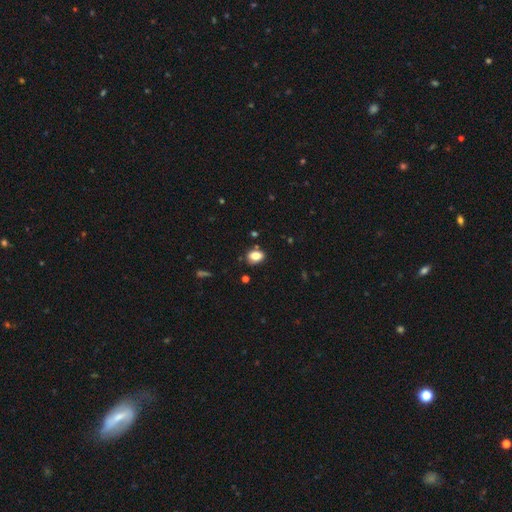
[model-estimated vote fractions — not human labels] Smooth or featured? smooth (81%)
How rounded? in between (71%)
Merging? none (80%)